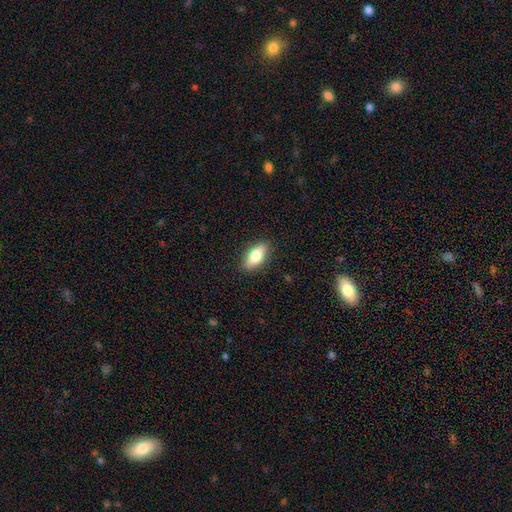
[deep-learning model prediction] smooth_or_featured: smooth (p=0.66) [alt: featured or disk p=0.27]
how_rounded: in between (p=0.77) [alt: cigar-shaped p=0.19]
merging: none (p=0.88) [alt: minor disturbance p=0.09]